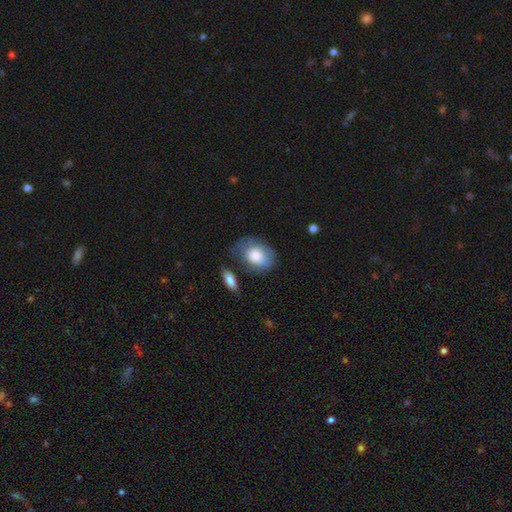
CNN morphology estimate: Overall: smooth (74%). How rounded: in between (76%). Merging: none (51%; minor disturbance 29%).